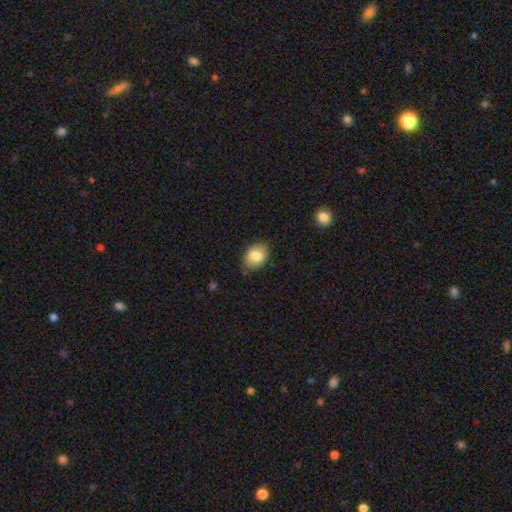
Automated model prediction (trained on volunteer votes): smooth-or-featured: smooth: 82% | featured or disk: 11% | star or artifact: 8%
  how-rounded: in between: 69% | round: 30% | cigar-shaped: 1%
  merging: none: 78% | minor disturbance: 18% | major disturbance: 3% | merger: 2%